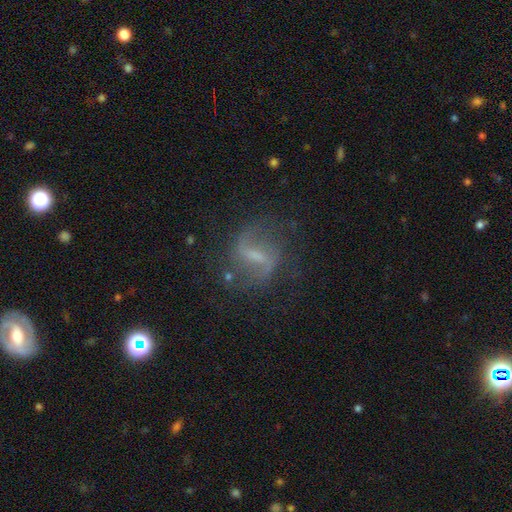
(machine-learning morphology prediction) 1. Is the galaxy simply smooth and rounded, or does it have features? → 79% featured or disk, 11% smooth, 10% star or artifact.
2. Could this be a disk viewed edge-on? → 95% no, 5% yes.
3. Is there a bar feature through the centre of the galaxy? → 47% strong, 41% weak, 11% no.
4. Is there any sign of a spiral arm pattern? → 88% yes, 12% no.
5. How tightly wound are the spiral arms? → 58% loose, 33% medium, 9% tight.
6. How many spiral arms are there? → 89% 2, 5% can't tell, 3% 1, 1% 3, 1% 4, 1% more than 4.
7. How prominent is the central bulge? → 47% small, 31% none, 19% moderate, 2% large, 1% dominant.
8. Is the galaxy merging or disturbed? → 72% none, 16% minor disturbance, 10% major disturbance, 3% merger.